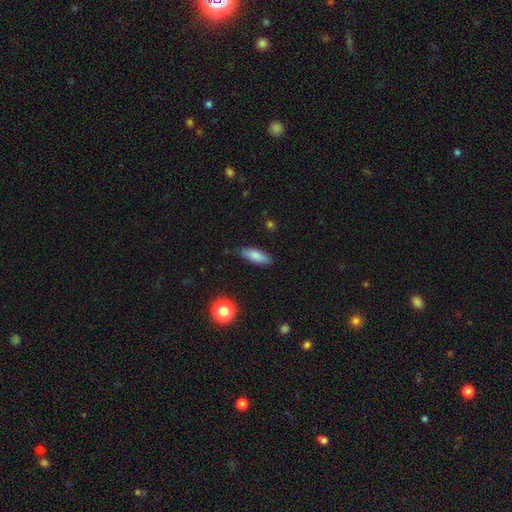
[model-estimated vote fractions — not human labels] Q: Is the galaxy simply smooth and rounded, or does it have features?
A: smooth — 84%.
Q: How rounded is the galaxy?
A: in between — 65%.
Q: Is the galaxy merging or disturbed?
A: none — 84%.